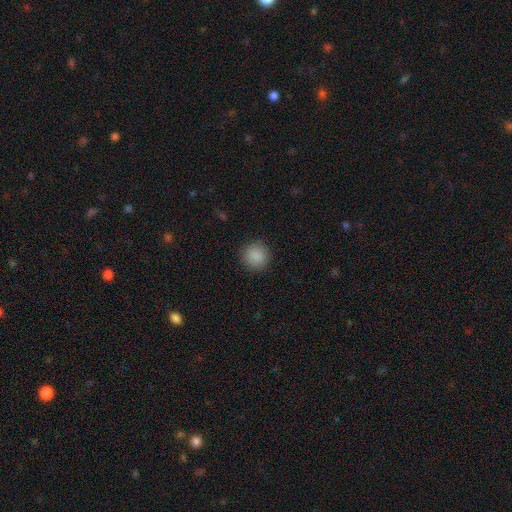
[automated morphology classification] type=smooth (88%); roundness=round (94%); merging=none (91%).